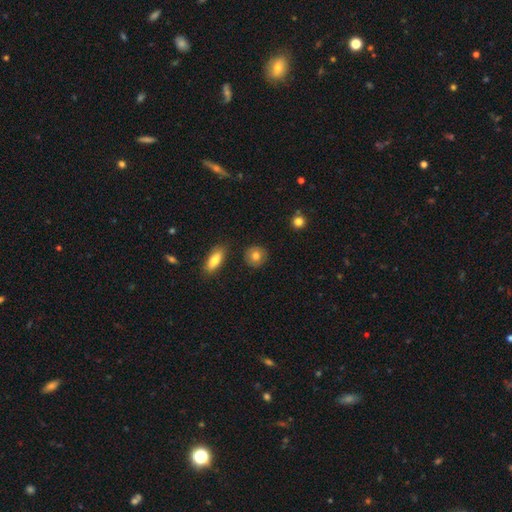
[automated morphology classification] smooth_or_featured: smooth (p=0.80) [alt: featured or disk p=0.12]
how_rounded: round (p=0.87) [alt: in between p=0.11]
merging: none (p=0.88) [alt: minor disturbance p=0.08]